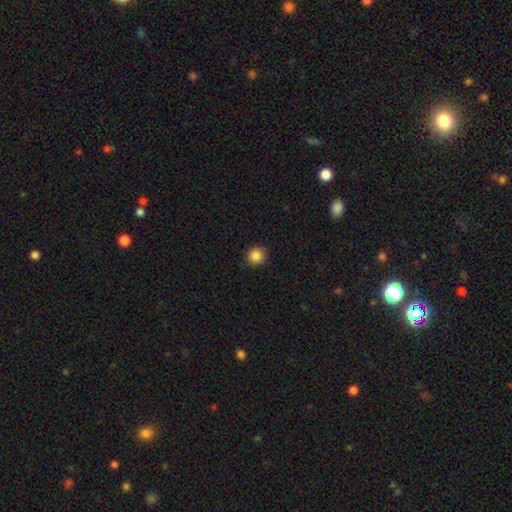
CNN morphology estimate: smooth-or-featured: smooth: 87% | star or artifact: 10% | featured or disk: 3%
  how-rounded: round: 93% | in between: 6% | cigar-shaped: 1%
  merging: none: 90% | minor disturbance: 7% | major disturbance: 2% | merger: 1%